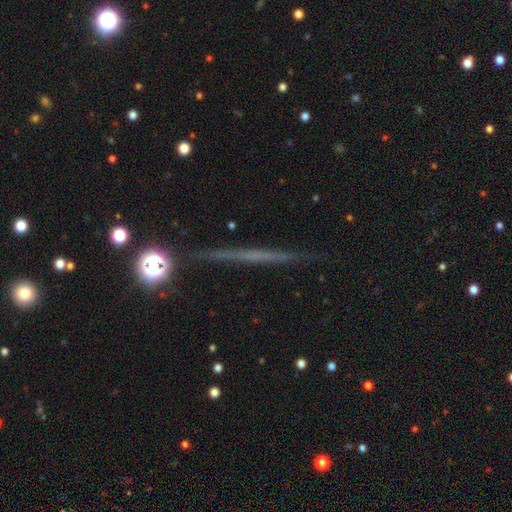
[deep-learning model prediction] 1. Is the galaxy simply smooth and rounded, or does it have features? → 59% featured or disk, 29% smooth, 12% star or artifact.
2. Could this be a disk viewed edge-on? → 96% yes, 4% no.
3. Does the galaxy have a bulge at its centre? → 88% none, 8% rounded, 4% boxy.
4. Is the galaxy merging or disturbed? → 90% none, 7% minor disturbance, 2% major disturbance, 2% merger.